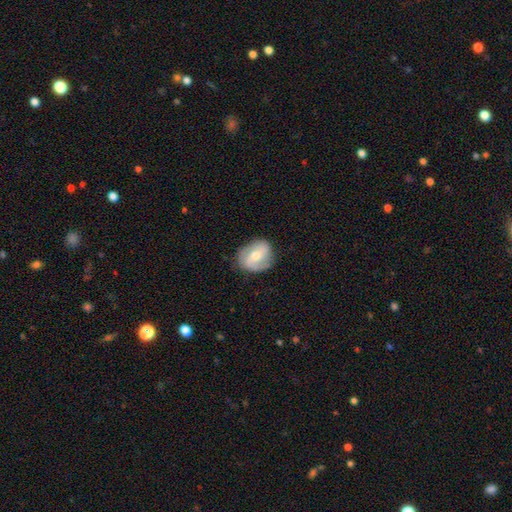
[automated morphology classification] A featured or disk galaxy (58%) with no bar (45%), spiral arms (83%) and a moderate central bulge (60%). Merging: none (76%).